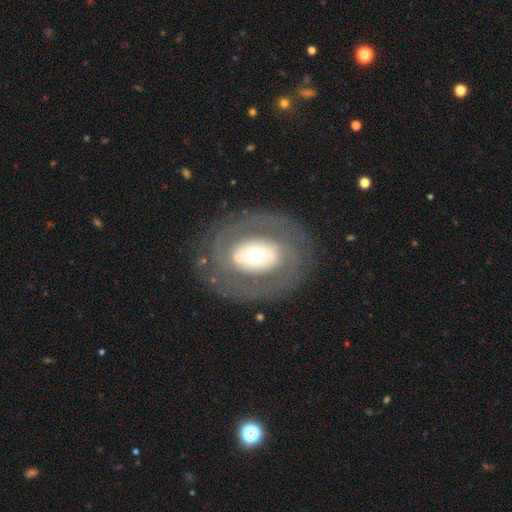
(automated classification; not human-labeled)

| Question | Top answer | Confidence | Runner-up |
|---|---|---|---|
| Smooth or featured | featured or disk | 69% | smooth (24%) |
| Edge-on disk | no | 95% | yes (5%) |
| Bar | no | 73% | weak (17%) |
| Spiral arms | yes | 51% | no (49%) |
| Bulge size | moderate | 57% | large (22%) |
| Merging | none | 76% | minor disturbance (12%) |